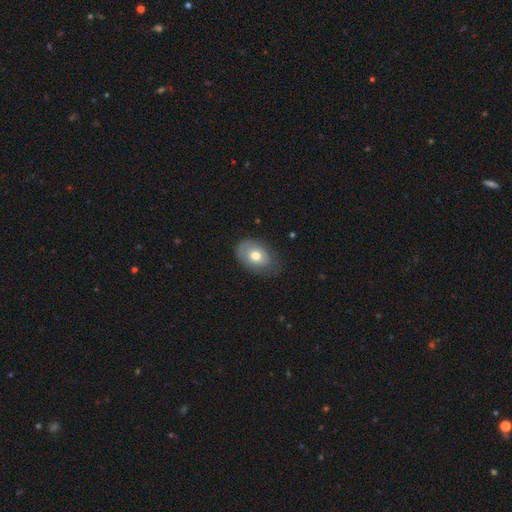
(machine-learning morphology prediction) Overall: smooth (63%; featured or disk 30%). How rounded: in between (78%). Merging: none (63%; minor disturbance 27%).